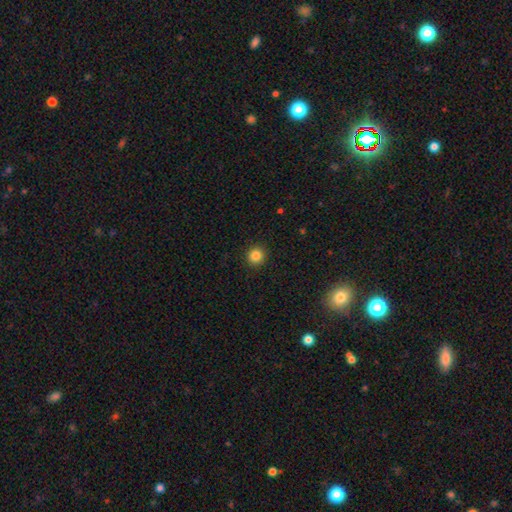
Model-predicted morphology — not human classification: A smooth galaxy with no disk features (85%) that is round (93%).

Vote fractions:
- Smooth or featured? smooth: 85% / star or artifact: 11% / featured or disk: 4%
- How rounded? round: 93% / in between: 6% / cigar-shaped: 1%
- Merging? none: 93% / minor disturbance: 5% / major disturbance: 2% / merger: 1%